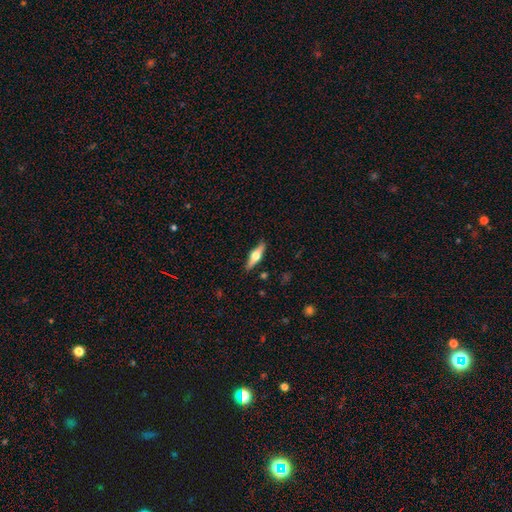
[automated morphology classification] featured or disk 59%, smooth 36%, star or artifact 6%. Down the decision tree: edge-on disk — yes (94%); edge-on bulge — rounded (96%); merging — none (89%).